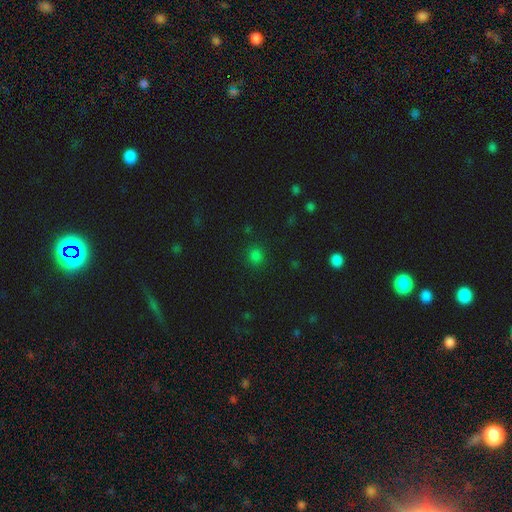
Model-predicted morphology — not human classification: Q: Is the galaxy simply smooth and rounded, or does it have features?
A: smooth — 78%.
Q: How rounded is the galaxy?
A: round — 83%.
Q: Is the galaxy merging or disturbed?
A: none — 87%.